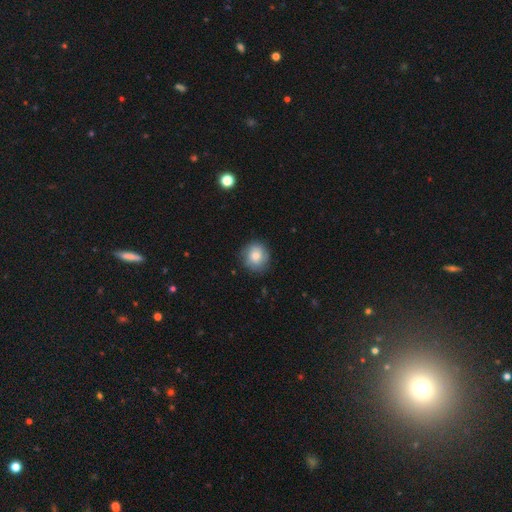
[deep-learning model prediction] Overall: smooth (71%). How rounded: round (88%). Merging: none (81%).